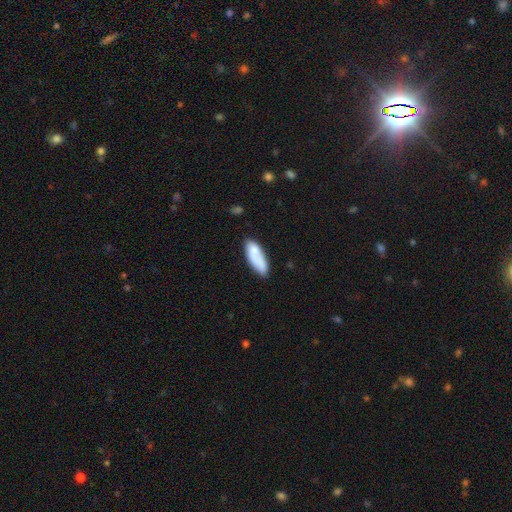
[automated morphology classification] A smooth galaxy with no disk features (77%) that is in between round and cigar-shaped (72%).

Vote fractions:
- Smooth or featured? smooth: 77% / featured or disk: 17% / star or artifact: 6%
- How rounded? in between: 72% / cigar-shaped: 26% / round: 2%
- Merging? none: 63% / minor disturbance: 23% / merger: 8% / major disturbance: 6%